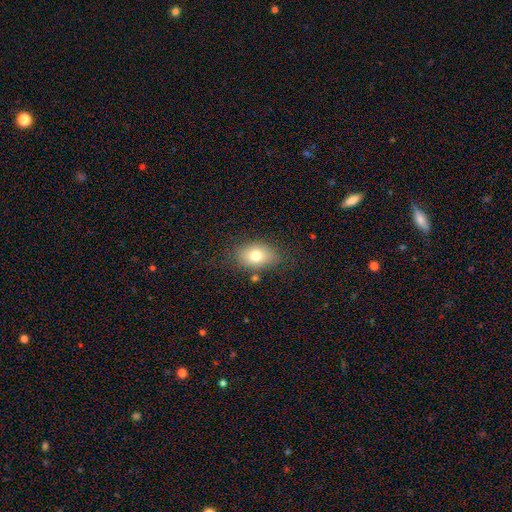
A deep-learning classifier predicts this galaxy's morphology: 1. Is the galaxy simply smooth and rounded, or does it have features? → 75% smooth, 15% featured or disk, 10% star or artifact.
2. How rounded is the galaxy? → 78% in between, 20% round, 1% cigar-shaped.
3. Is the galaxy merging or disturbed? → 77% none, 15% minor disturbance, 5% major disturbance, 3% merger.